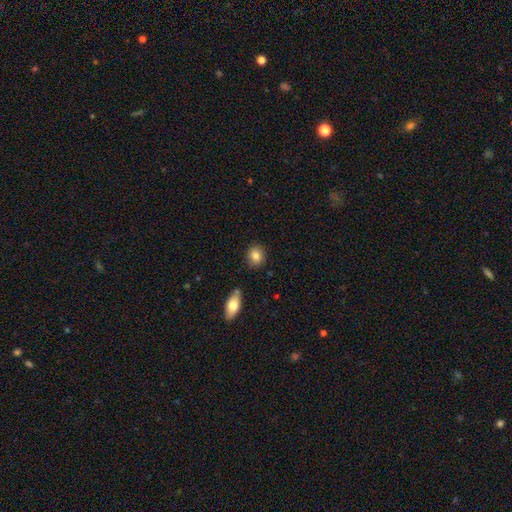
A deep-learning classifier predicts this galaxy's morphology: Smooth or featured: smooth — 84% (star or artifact — 8%)
How rounded: round — 67% (in between — 31%)
Merging: none — 85% (minor disturbance — 9%)